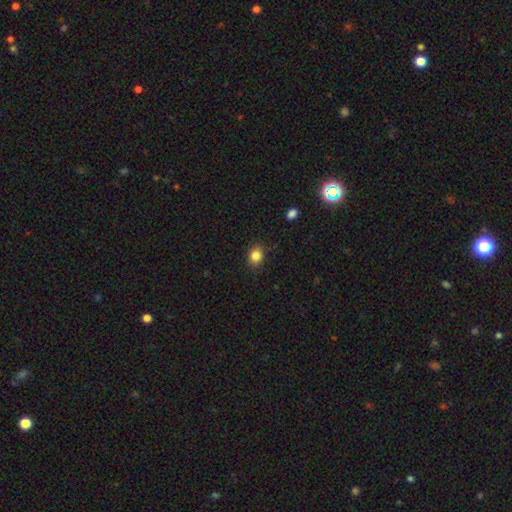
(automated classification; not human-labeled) Morphology: type=smooth (85%); roundness=round (52%); merging=none (86%).